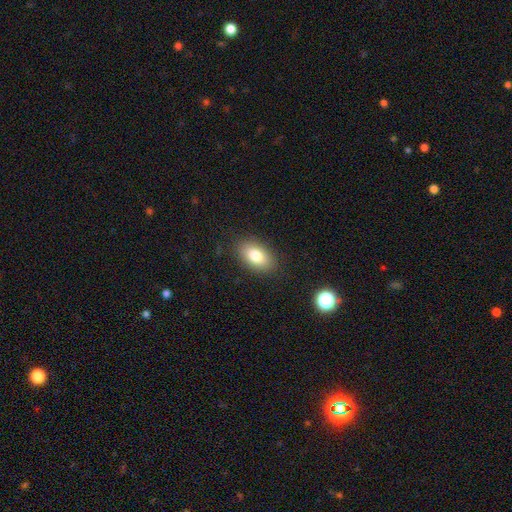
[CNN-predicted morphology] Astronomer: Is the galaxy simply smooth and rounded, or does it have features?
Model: smooth — 80%.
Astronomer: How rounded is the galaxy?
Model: in between — 91%.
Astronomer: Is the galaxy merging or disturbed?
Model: none — 86%.